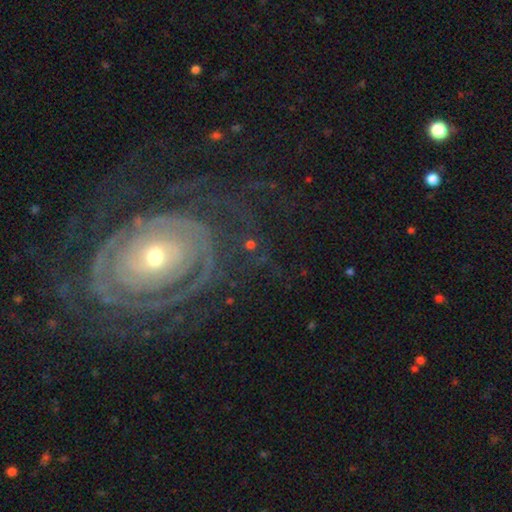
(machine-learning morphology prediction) type=featured or disk (85%); edge-on=no (96%); bar=no (76%); spiral arms=yes (90%); winding=tight (81%); arm count=can't tell (33%); bulge=small (59%); merging=none (72%).